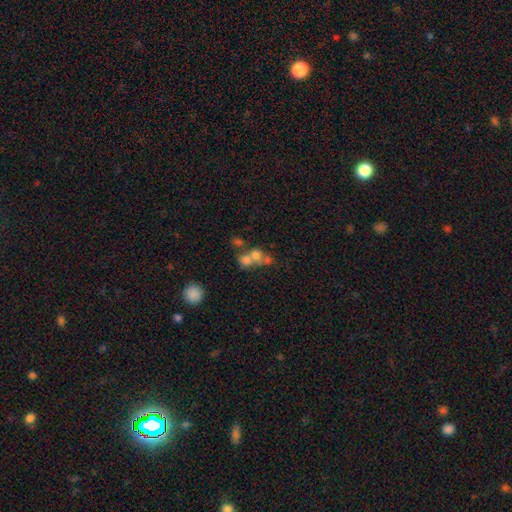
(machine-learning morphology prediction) Smooth or featured? Predicted: smooth (p=0.62). How rounded? Predicted: round (p=0.74). Merging? Predicted: merger (p=0.60).